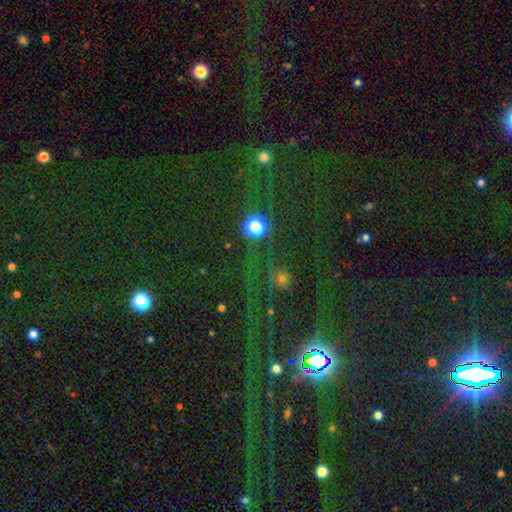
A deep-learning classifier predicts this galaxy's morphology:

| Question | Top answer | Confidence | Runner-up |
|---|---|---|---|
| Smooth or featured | star or artifact | 69% | smooth (21%) |